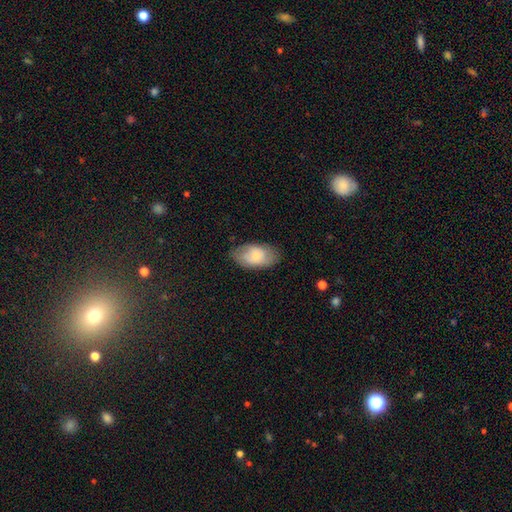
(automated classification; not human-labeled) Overall: smooth (68%). How rounded: in between (93%). Merging: none (78%).